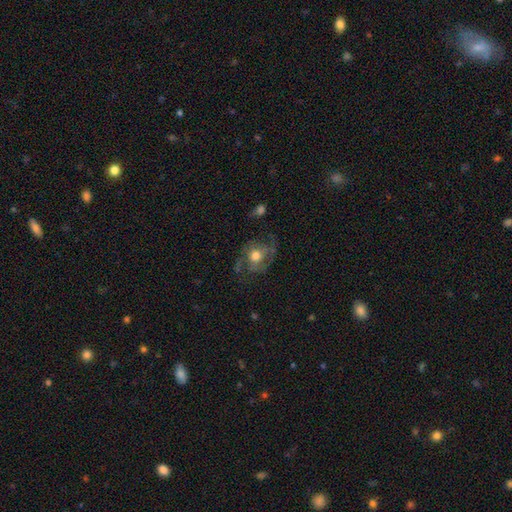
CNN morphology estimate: The model was most divided on "merging": none: 53%, major disturbance: 24%, minor disturbance: 22%, merger: 2%. More confident: edge-on disk — no (96%); bar — no (79%); spiral arms — yes (75%); smooth or featured — featured or disk (64%); bulge size — moderate (63%).